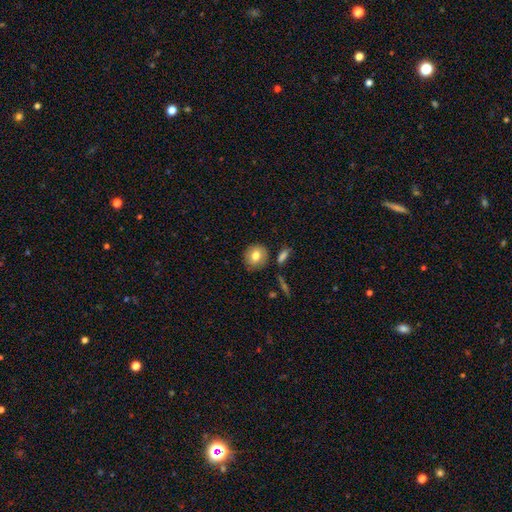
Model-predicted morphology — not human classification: Smooth or featured: smooth — 78% (featured or disk — 14%)
How rounded: round — 82% (in between — 16%)
Merging: none — 83% (minor disturbance — 11%)